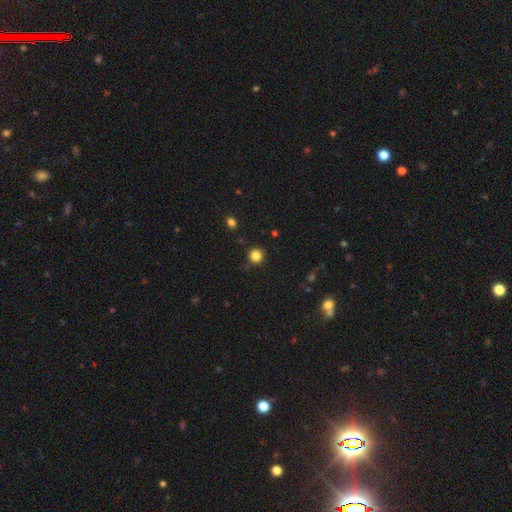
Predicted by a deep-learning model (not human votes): This is clearly a smooth galaxy (83%). How rounded: clearly round (94%). Merging: clearly none (89%).